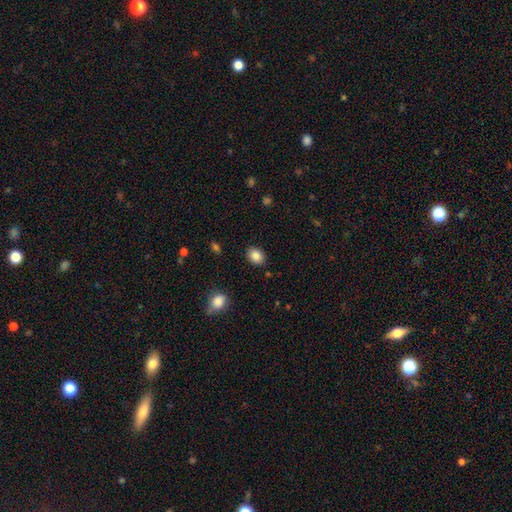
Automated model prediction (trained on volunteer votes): A smooth galaxy with no disk features (86%) that is in between round and cigar-shaped (59%).

Vote fractions:
- Smooth or featured? smooth: 86% / star or artifact: 9% / featured or disk: 5%
- How rounded? in between: 59% / round: 40% / cigar-shaped: 1%
- Merging? none: 88% / minor disturbance: 8% / major disturbance: 2% / merger: 2%